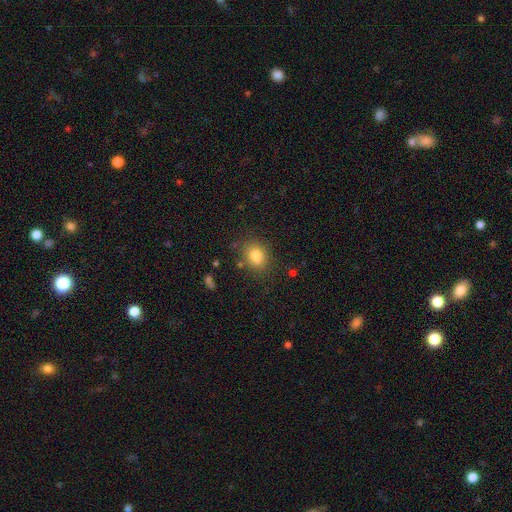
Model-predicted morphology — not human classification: The model was most divided on "how rounded": round: 58%, in between: 41%, cigar-shaped: 1%. More confident: merging — none (81%); smooth or featured — smooth (81%).